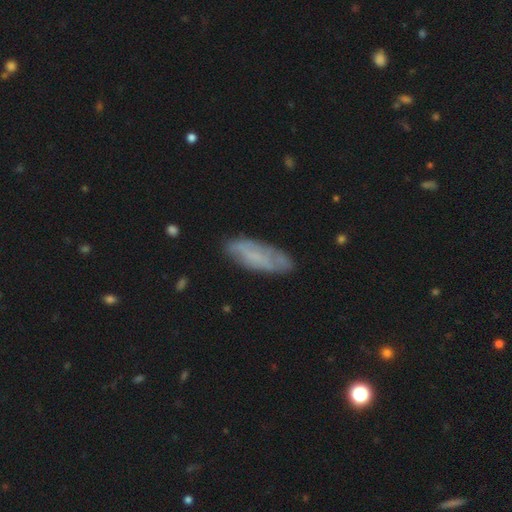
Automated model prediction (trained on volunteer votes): This is possibly a smooth galaxy (54%). How rounded: possibly in between (59%). Merging: likely none (73%).